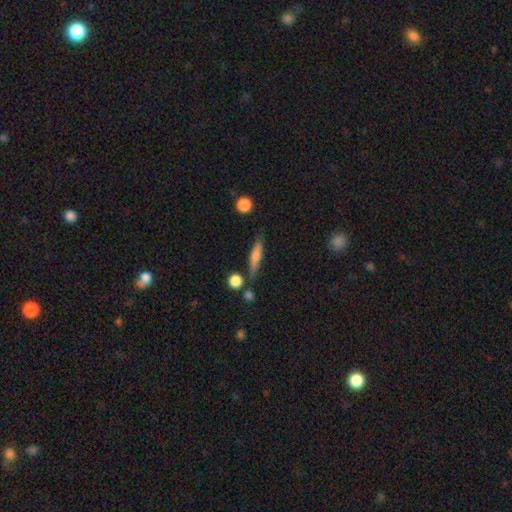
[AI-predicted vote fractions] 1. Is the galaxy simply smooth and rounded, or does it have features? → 58% smooth, 35% featured or disk, 7% star or artifact.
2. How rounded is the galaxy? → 84% cigar-shaped, 13% in between, 3% round.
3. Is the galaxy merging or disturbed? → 78% none, 13% minor disturbance, 5% merger, 3% major disturbance.